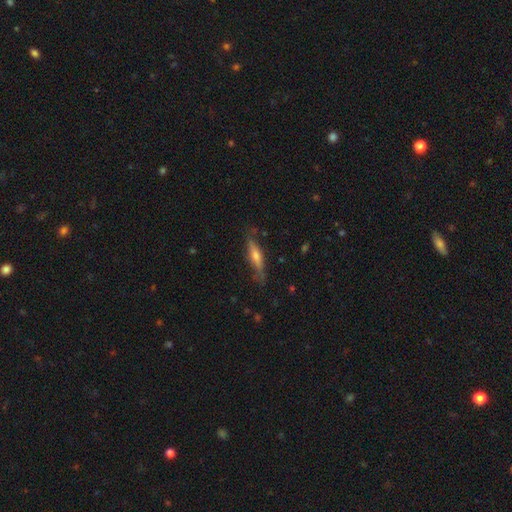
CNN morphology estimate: The model was most divided on "smooth or featured": featured or disk: 52%, smooth: 42%, star or artifact: 6%. More confident: edge-on disk — yes (90%); merging — none (76%).